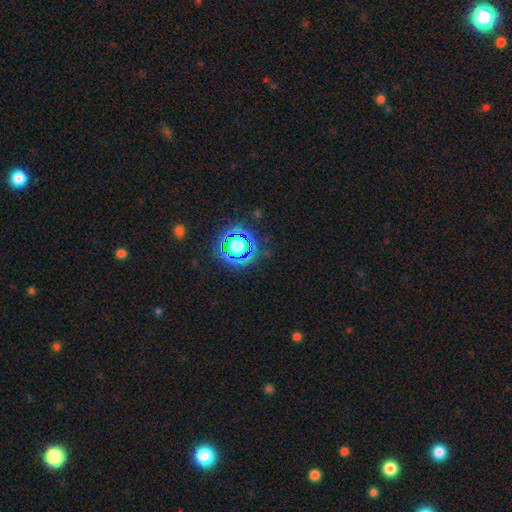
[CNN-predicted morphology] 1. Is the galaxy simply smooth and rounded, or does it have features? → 79% star or artifact, 14% smooth, 7% featured or disk.